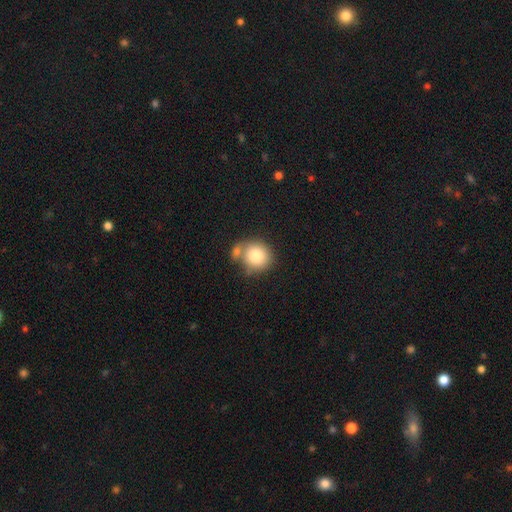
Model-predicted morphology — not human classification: A smooth galaxy with no disk features (82%) that is round (83%).

Vote fractions:
- Smooth or featured? smooth: 82% / featured or disk: 10% / star or artifact: 8%
- How rounded? round: 83% / in between: 16% / cigar-shaped: 1%
- Merging? none: 51% / merger: 30% / minor disturbance: 14% / major disturbance: 5%